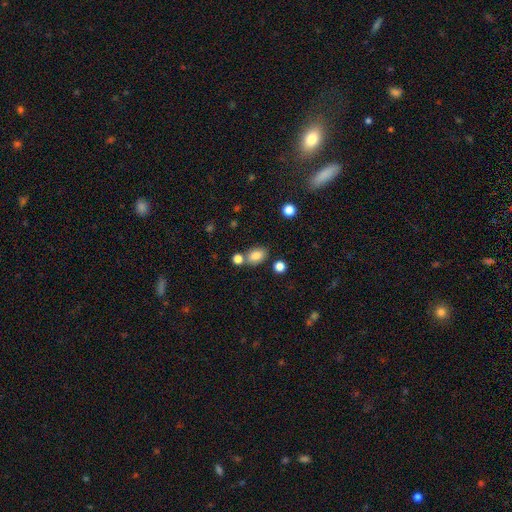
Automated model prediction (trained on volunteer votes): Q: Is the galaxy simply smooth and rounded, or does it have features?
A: smooth — 82%.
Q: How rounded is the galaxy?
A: in between — 77%.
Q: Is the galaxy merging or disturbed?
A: none — 67%.